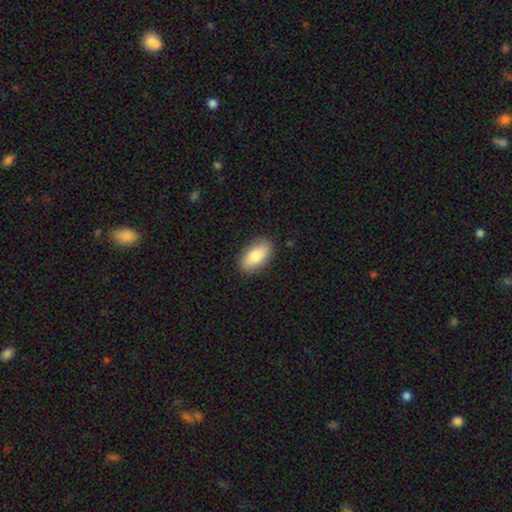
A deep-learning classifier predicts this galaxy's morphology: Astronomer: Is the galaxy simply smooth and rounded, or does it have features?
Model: smooth — 80%.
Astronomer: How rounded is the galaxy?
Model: in between — 91%.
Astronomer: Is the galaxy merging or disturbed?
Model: none — 86%.